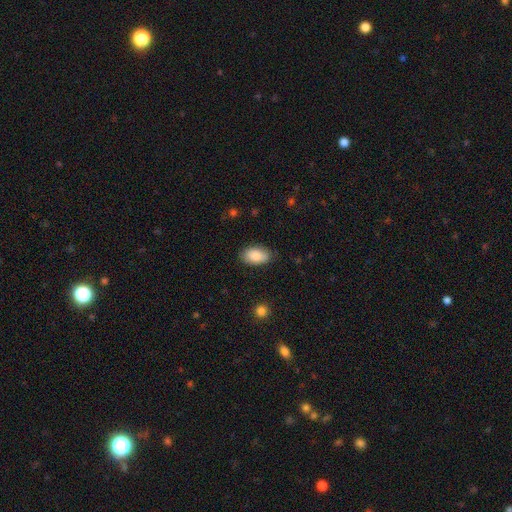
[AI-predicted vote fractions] smooth 86%, featured or disk 7%, star or artifact 6%. Down the decision tree: how rounded — in between (93%); merging — none (83%).